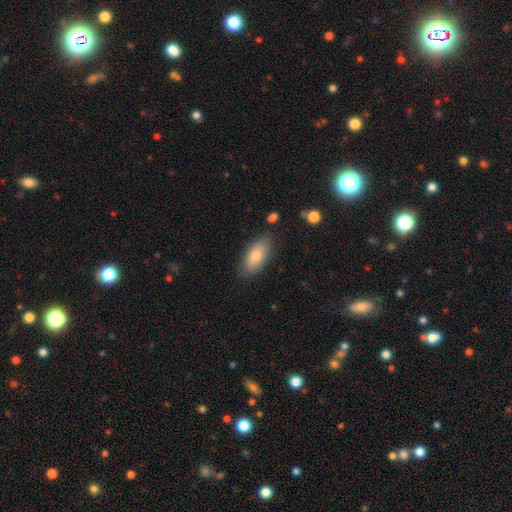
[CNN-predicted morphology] Overall: smooth (79%). How rounded: in between (87%). Merging: none (82%).